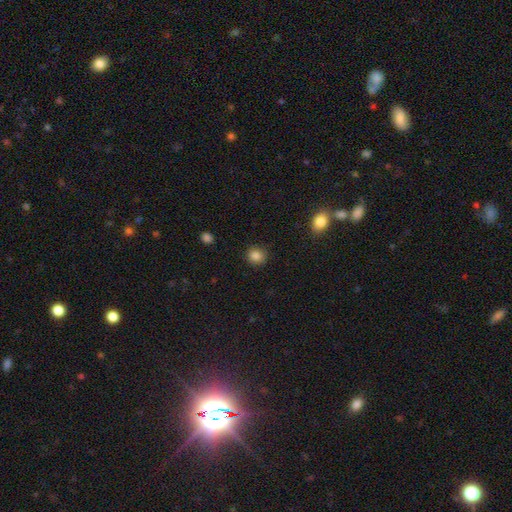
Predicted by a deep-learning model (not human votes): A smooth galaxy with no disk features (85%) that is round (84%).

Vote fractions:
- Smooth or featured? smooth: 85% / star or artifact: 11% / featured or disk: 4%
- How rounded? round: 84% / in between: 15% / cigar-shaped: 1%
- Merging? none: 87% / minor disturbance: 9% / major disturbance: 3% / merger: 1%